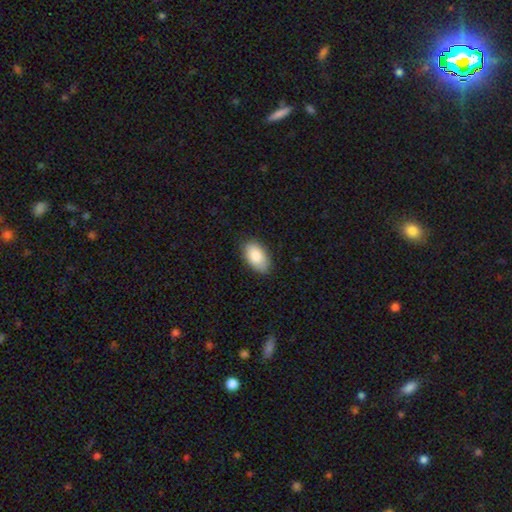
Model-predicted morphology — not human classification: Smooth or featured?
  - smooth: 85% *
  - featured or disk: 9%
  - star or artifact: 6%
How rounded?
  - in between: 94% *
  - round: 4%
  - cigar-shaped: 2%
Merging?
  - none: 84% *
  - minor disturbance: 13%
  - major disturbance: 2%
  - merger: 1%